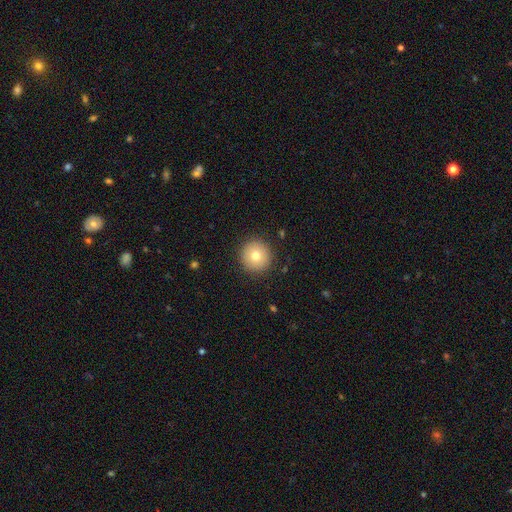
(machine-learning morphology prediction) Smooth or featured?
  - smooth: 76% *
  - featured or disk: 14%
  - star or artifact: 10%
How rounded?
  - round: 96% *
  - in between: 3%
  - cigar-shaped: 1%
Merging?
  - none: 91% *
  - minor disturbance: 6%
  - major disturbance: 2%
  - merger: 1%